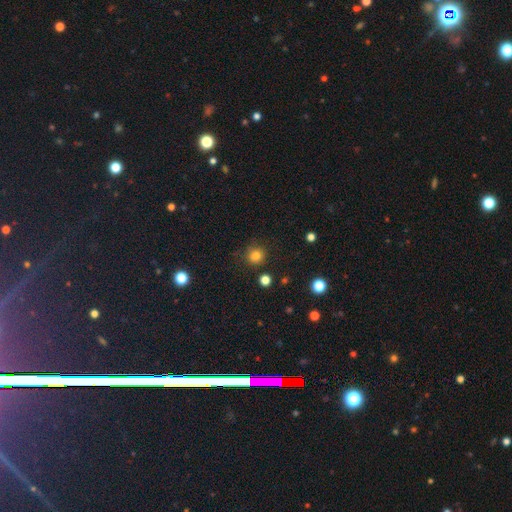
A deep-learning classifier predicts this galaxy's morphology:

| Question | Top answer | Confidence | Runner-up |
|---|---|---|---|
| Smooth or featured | smooth | 82% | star or artifact (13%) |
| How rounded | round | 92% | in between (7%) |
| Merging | none | 84% | minor disturbance (10%) |